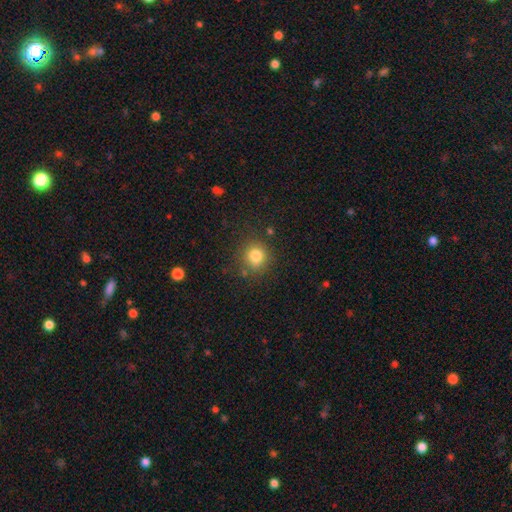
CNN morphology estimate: Smooth or featured? Predicted: smooth (p=0.82). How rounded? Predicted: round (p=0.84). Merging? Predicted: none (p=0.79).